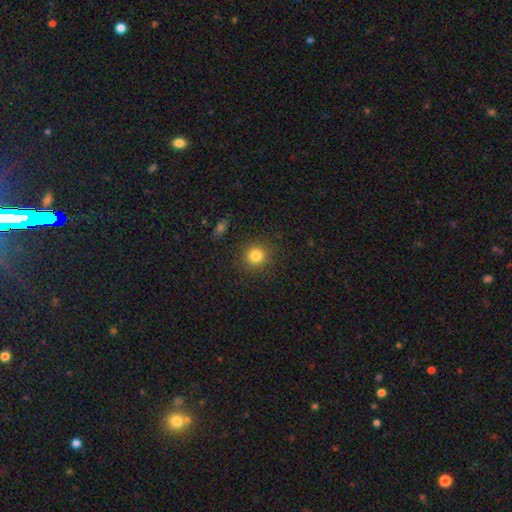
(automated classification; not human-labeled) Overall: smooth (82%). How rounded: round (91%). Merging: none (89%).